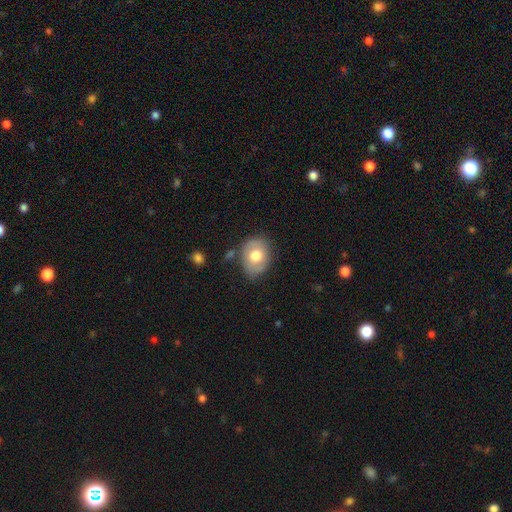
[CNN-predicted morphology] This is likely a smooth galaxy (64%). How rounded: likely in between (63%). Merging: likely none (64%).